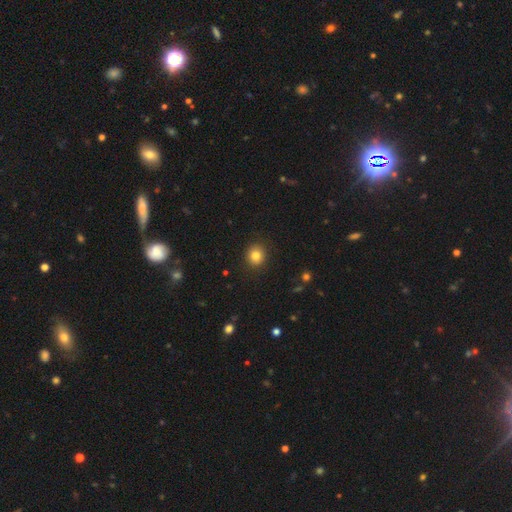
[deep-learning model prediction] Q: Smooth or featured?
A: smooth (82%); runner-up: star or artifact (11%)
Q: How rounded?
A: round (83%); runner-up: in between (16%)
Q: Merging?
A: none (90%); runner-up: minor disturbance (7%)